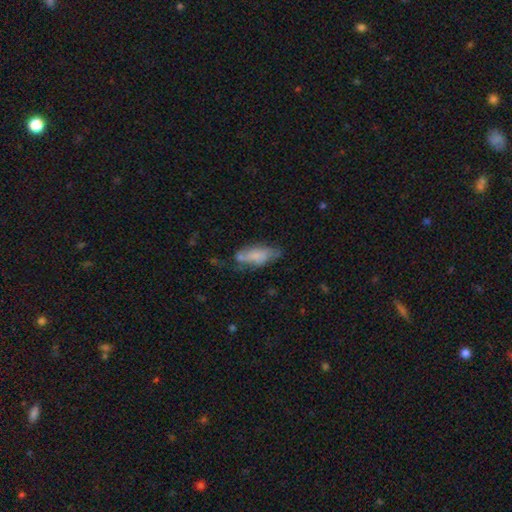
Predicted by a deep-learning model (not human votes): This is likely a smooth galaxy (65%). How rounded: likely in between (72%). Merging: possibly none (46%).